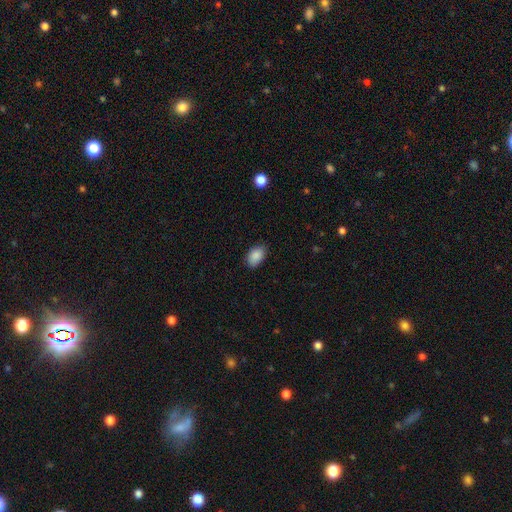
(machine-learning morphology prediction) Smooth or featured?
  - smooth: 89% *
  - star or artifact: 8%
  - featured or disk: 4%
How rounded?
  - in between: 89% *
  - round: 10%
  - cigar-shaped: 1%
Merging?
  - none: 81% *
  - minor disturbance: 16%
  - major disturbance: 3%
  - merger: 1%